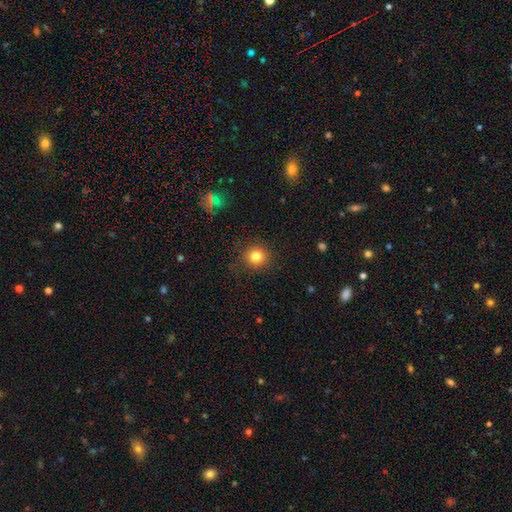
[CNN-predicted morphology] This is clearly a smooth galaxy (83%). How rounded: clearly round (91%). Merging: clearly none (86%).